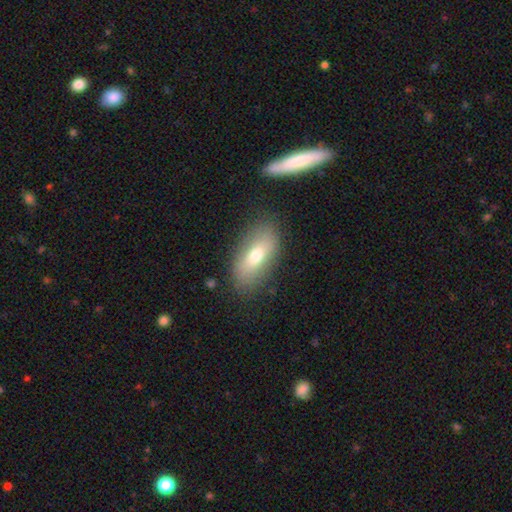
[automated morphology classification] A smooth galaxy with no disk features (71%) that is in between round and cigar-shaped (85%).

Vote fractions:
- Smooth or featured? smooth: 71% / featured or disk: 22% / star or artifact: 8%
- How rounded? in between: 85% / cigar-shaped: 11% / round: 4%
- Merging? none: 80% / minor disturbance: 13% / major disturbance: 4% / merger: 3%